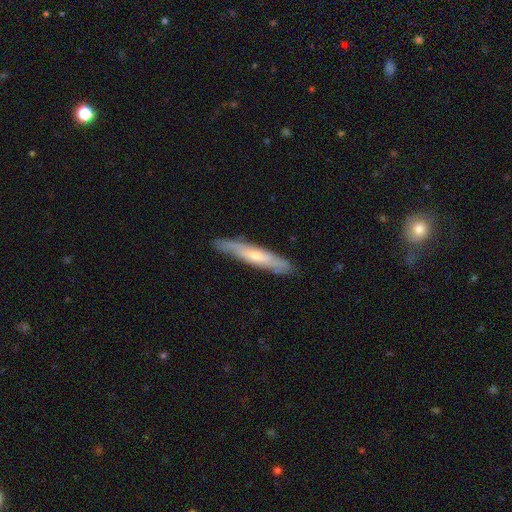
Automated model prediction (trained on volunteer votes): The model was most divided on "smooth or featured": featured or disk: 55%, smooth: 39%, star or artifact: 6%. More confident: merging — none (83%); edge-on disk — yes (68%).